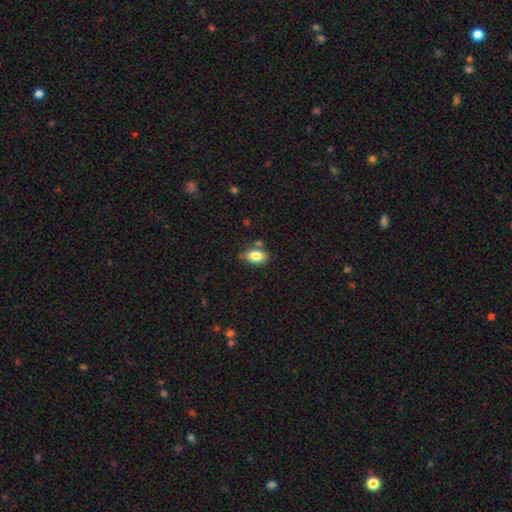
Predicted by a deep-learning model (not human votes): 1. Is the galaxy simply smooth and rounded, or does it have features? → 81% smooth, 10% featured or disk, 8% star or artifact.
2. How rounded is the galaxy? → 84% in between, 14% round, 2% cigar-shaped.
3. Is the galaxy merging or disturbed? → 68% none, 18% minor disturbance, 10% merger, 4% major disturbance.